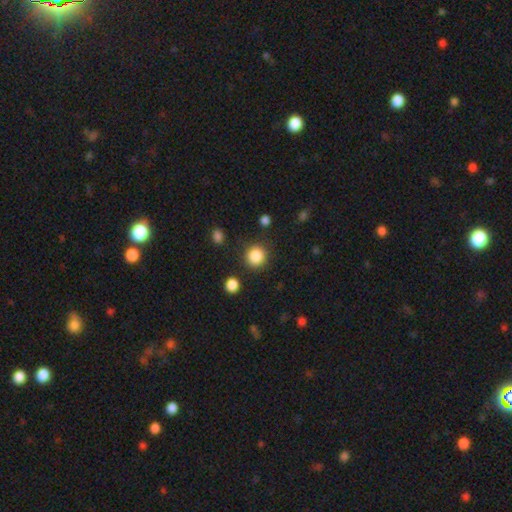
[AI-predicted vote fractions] The model was most divided on "smooth or featured": smooth: 87%, star or artifact: 10%, featured or disk: 4%. More confident: how rounded — round (91%); merging — none (86%).